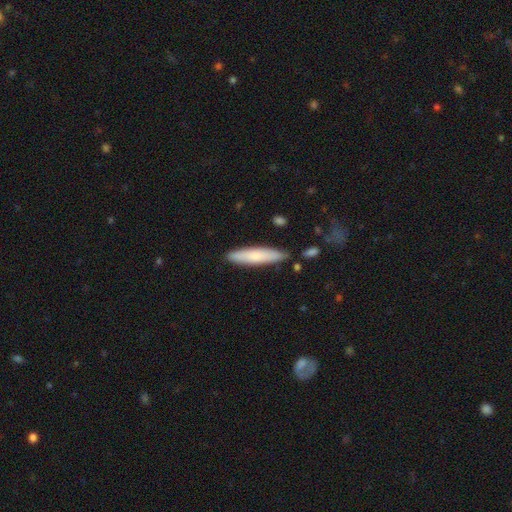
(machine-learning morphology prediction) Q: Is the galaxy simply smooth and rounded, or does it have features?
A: smooth — 73%.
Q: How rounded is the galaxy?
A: cigar-shaped — 82%.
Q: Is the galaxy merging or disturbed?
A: none — 83%.